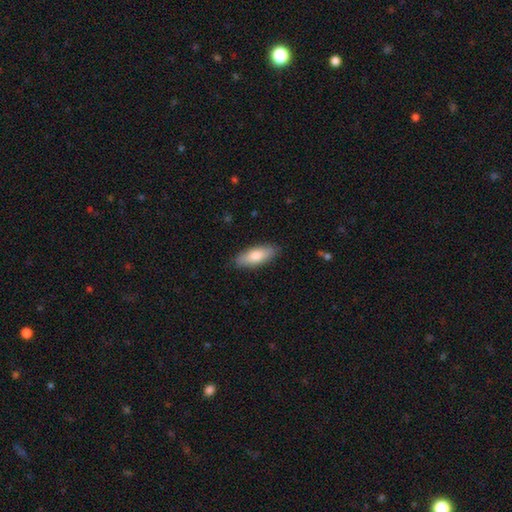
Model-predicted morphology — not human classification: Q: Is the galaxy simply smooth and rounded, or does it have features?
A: smooth — 78%.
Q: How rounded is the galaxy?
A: in between — 69%.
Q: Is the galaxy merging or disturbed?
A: none — 87%.